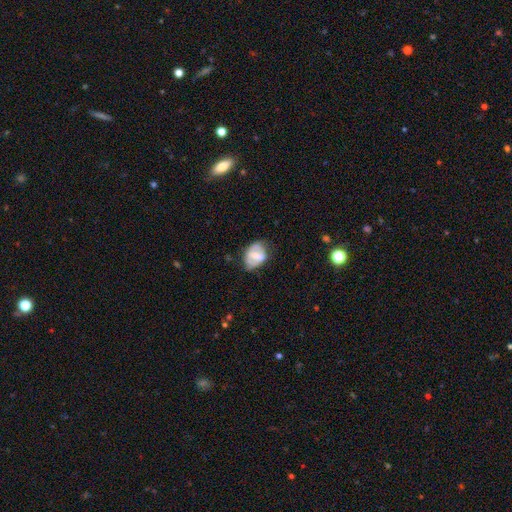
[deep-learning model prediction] This is possibly a featured or disk galaxy (48%). Merging: possibly none (58%).